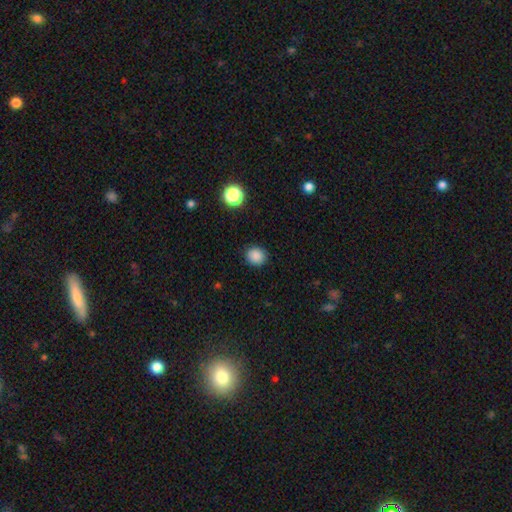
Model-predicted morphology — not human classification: smooth 86%, star or artifact 11%, featured or disk 3%. Down the decision tree: how rounded — round (82%); merging — none (89%).